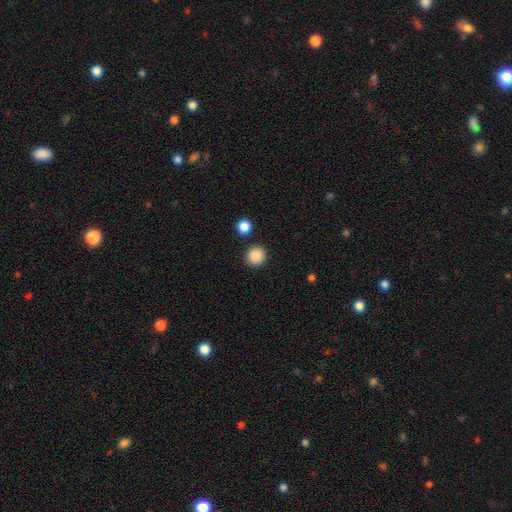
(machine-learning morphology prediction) smooth 88%, star or artifact 9%, featured or disk 3%. Down the decision tree: how rounded — round (93%); merging — none (89%).